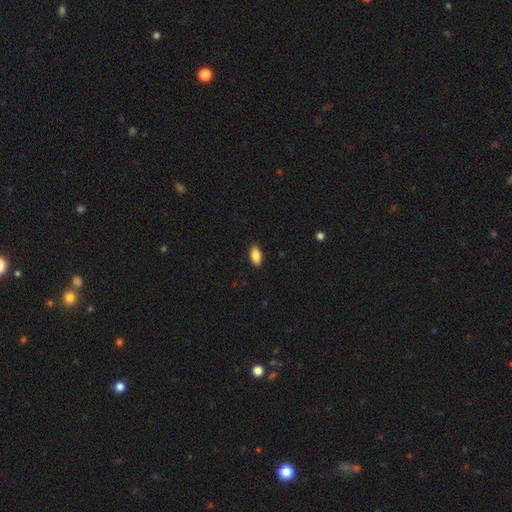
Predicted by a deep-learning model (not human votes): Smooth or featured?
  - smooth: 85% *
  - featured or disk: 8%
  - star or artifact: 7%
How rounded?
  - in between: 91% *
  - cigar-shaped: 6%
  - round: 3%
Merging?
  - none: 89% *
  - minor disturbance: 8%
  - major disturbance: 2%
  - merger: 1%